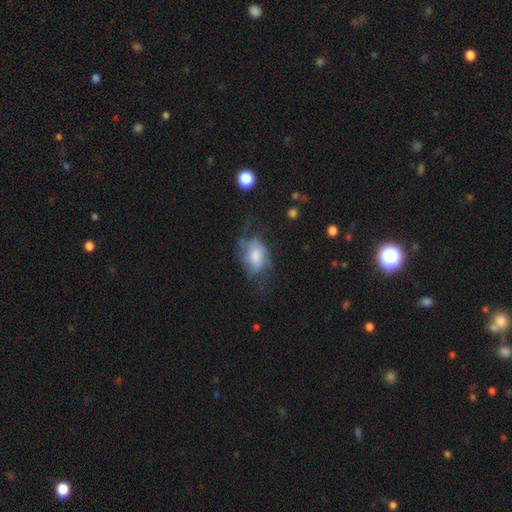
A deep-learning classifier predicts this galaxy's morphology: Smooth or featured?
  - featured or disk: 55% *
  - smooth: 37%
  - star or artifact: 8%
Edge-on disk?
  - no: 96% *
  - yes: 4%
Bar?
  - no: 66% *
  - weak: 28%
  - strong: 6%
Spiral arms?
  - yes: 77% *
  - no: 23%
Bulge size?
  - moderate: 36% *
  - large: 29%
  - small: 20%
  - none: 11%
  - dominant: 4%
Merging?
  - major disturbance: 38% *
  - none: 36%
  - minor disturbance: 24%
  - merger: 2%